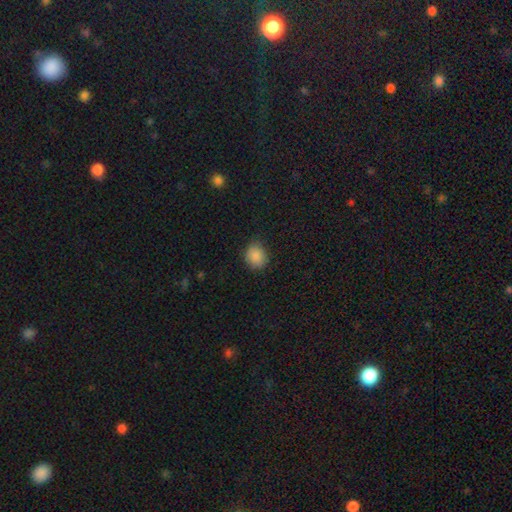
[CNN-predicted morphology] Smooth or featured?
  - smooth: 87% *
  - star or artifact: 9%
  - featured or disk: 4%
How rounded?
  - round: 72% *
  - in between: 27%
  - cigar-shaped: 1%
Merging?
  - none: 82% *
  - minor disturbance: 14%
  - major disturbance: 3%
  - merger: 1%